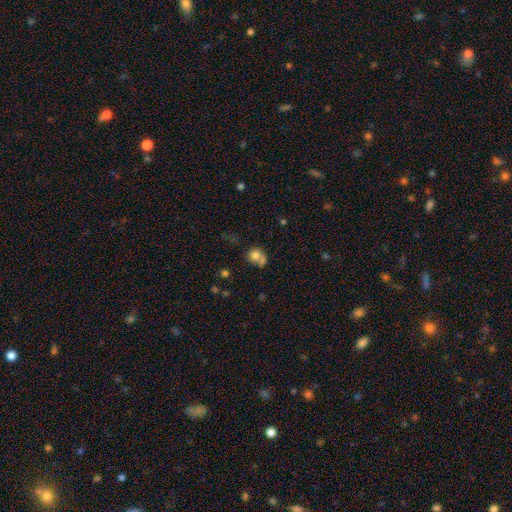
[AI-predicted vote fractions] smooth 75%, featured or disk 14%, star or artifact 11%. Down the decision tree: how rounded — round (74%); merging — none (38%).